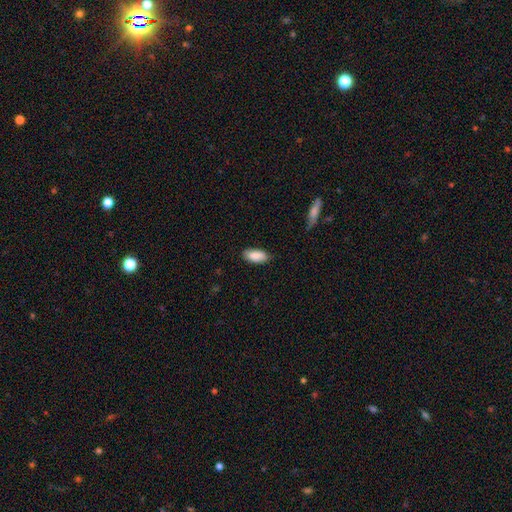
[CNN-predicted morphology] This is clearly a smooth galaxy (88%). How rounded: clearly in between (91%). Merging: clearly none (82%).